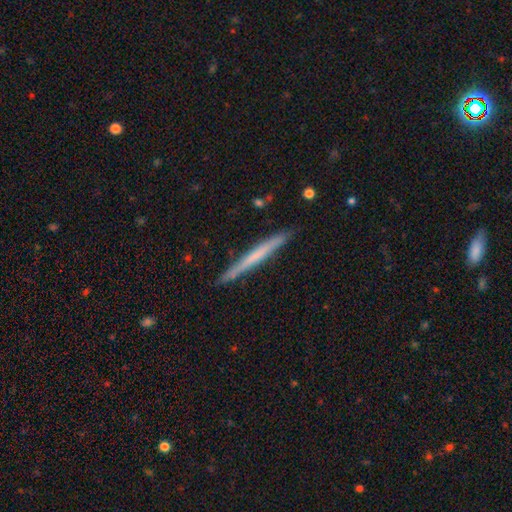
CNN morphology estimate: Smooth or featured: smooth — 51% (featured or disk — 44%)
How rounded: cigar-shaped — 97% (in between — 2%)
Merging: none — 90% (minor disturbance — 8%)